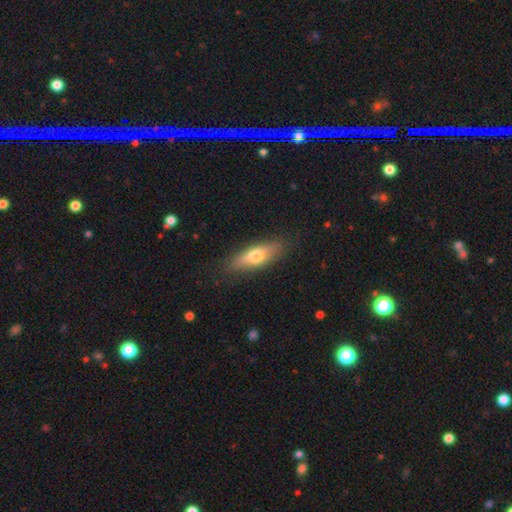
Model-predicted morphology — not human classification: type=smooth (60%); roundness=cigar-shaped (48%, tied with in between); merging=none (83%).